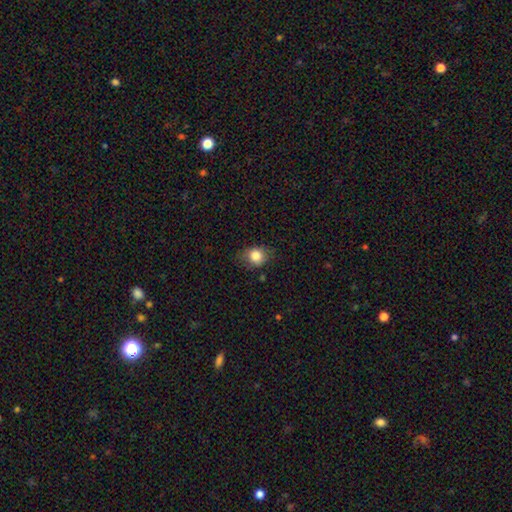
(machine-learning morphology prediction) This is clearly a smooth galaxy (83%). How rounded: likely round (62%). Merging: likely none (73%).